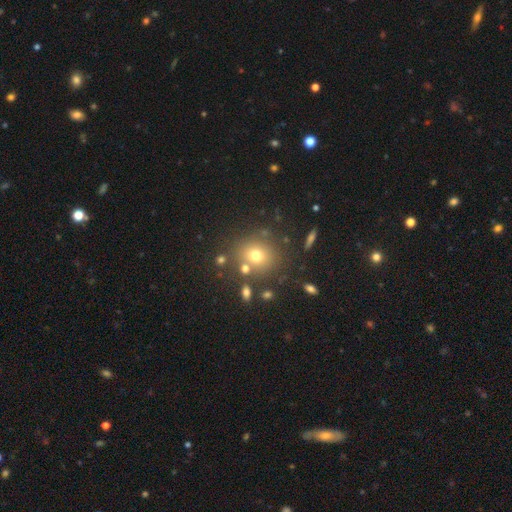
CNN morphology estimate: This is likely a smooth galaxy (71%). How rounded: clearly round (80%). Merging: likely none (75%).